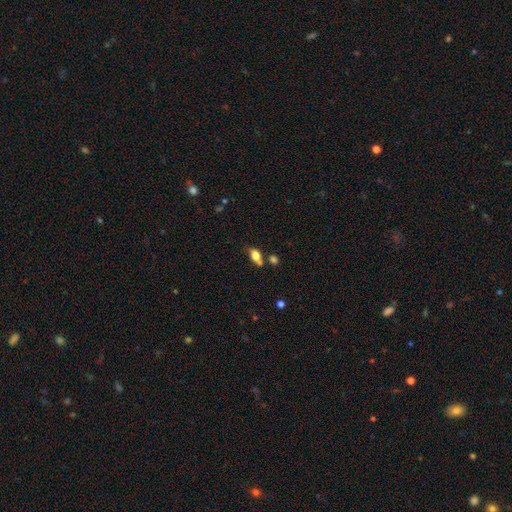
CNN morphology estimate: Smooth or featured?
  - smooth: 72% *
  - featured or disk: 18%
  - star or artifact: 10%
How rounded?
  - in between: 82% *
  - round: 9%
  - cigar-shaped: 9%
Merging?
  - none: 55% *
  - merger: 23%
  - minor disturbance: 17%
  - major disturbance: 6%